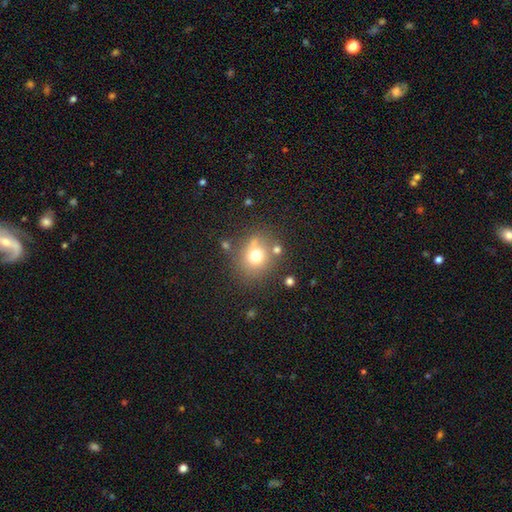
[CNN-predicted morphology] Q: Smooth or featured?
A: smooth (70%); runner-up: featured or disk (15%)
Q: How rounded?
A: round (76%); runner-up: in between (23%)
Q: Merging?
A: none (66%); runner-up: minor disturbance (16%)